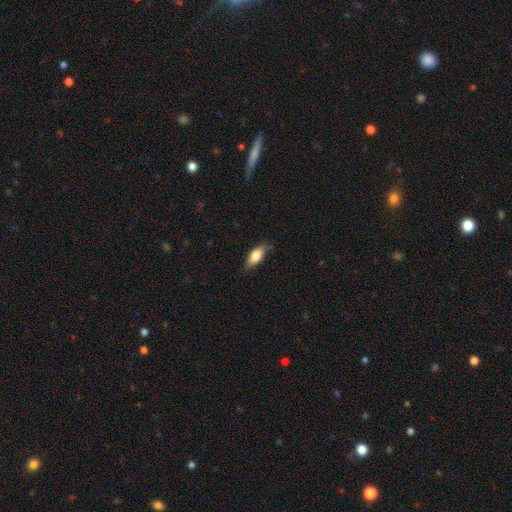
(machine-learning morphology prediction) The model was most divided on "merging": none: 68%, minor disturbance: 26%, major disturbance: 5%, merger: 1%. More confident: how rounded — in between (81%); smooth or featured — smooth (78%).